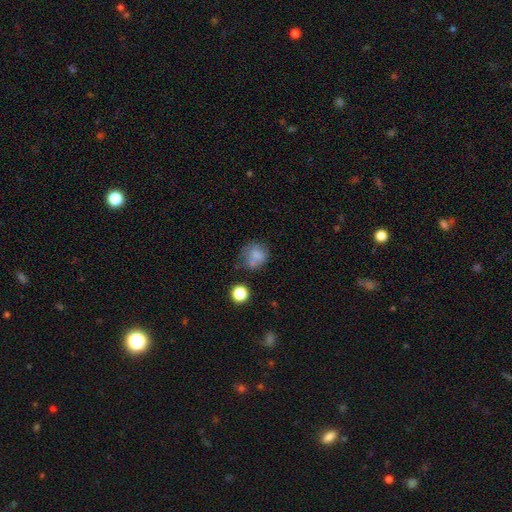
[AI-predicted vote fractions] Smooth or featured? smooth (72%)
How rounded? round (75%)
Merging? none (48%)